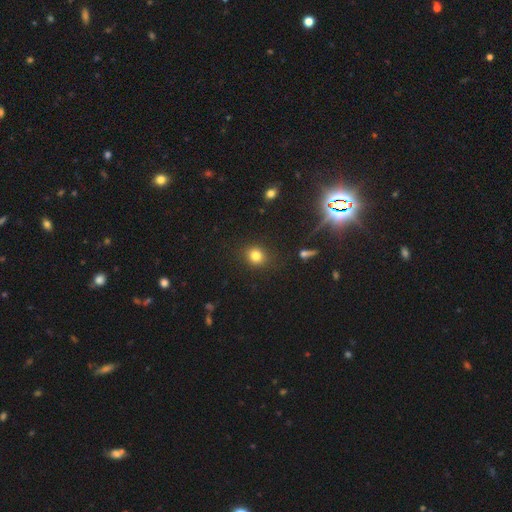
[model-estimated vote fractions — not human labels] This is likely a smooth galaxy (79%). How rounded: likely round (74%). Merging: clearly none (86%).